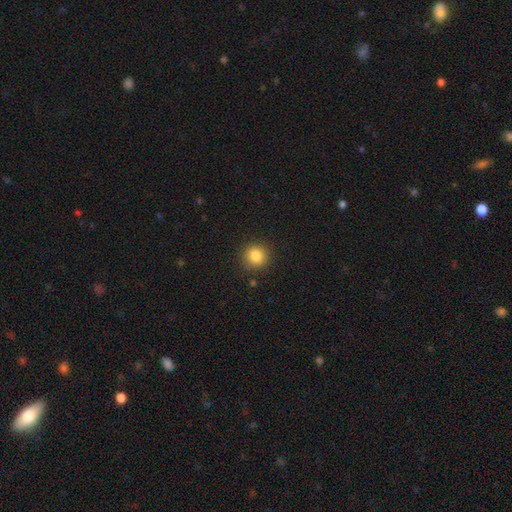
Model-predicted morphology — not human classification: type=smooth (84%); roundness=round (89%); merging=none (88%).